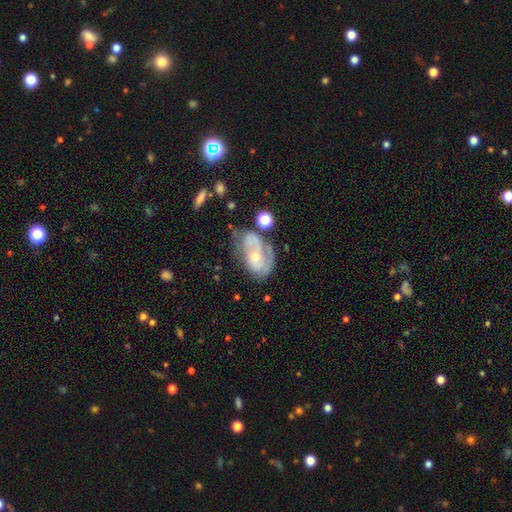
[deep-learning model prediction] Smooth or featured?
  - featured or disk: 68% *
  - smooth: 24%
  - star or artifact: 8%
Edge-on disk?
  - no: 96% *
  - yes: 4%
Bar?
  - no: 70% *
  - weak: 24%
  - strong: 6%
Spiral arms?
  - yes: 74% *
  - no: 26%
Bulge size?
  - small: 56% *
  - moderate: 38%
  - none: 2%
  - large: 2%
  - dominant: 1%
Merging?
  - none: 37% *
  - minor disturbance: 28%
  - major disturbance: 25%
  - merger: 10%